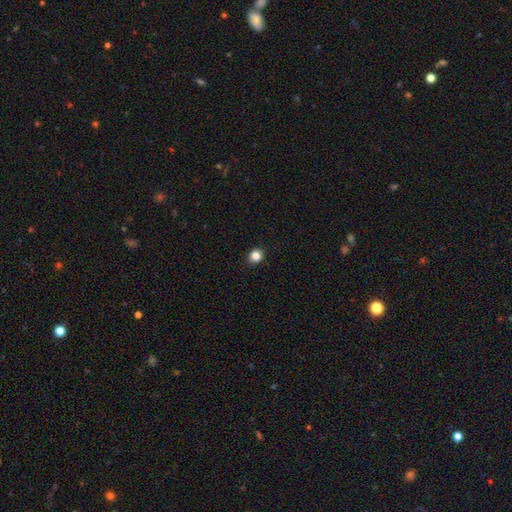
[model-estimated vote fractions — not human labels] Smooth or featured?
  - smooth: 84% *
  - star or artifact: 12%
  - featured or disk: 4%
How rounded?
  - round: 83% *
  - in between: 16%
  - cigar-shaped: 1%
Merging?
  - none: 92% *
  - minor disturbance: 5%
  - major disturbance: 2%
  - merger: 1%